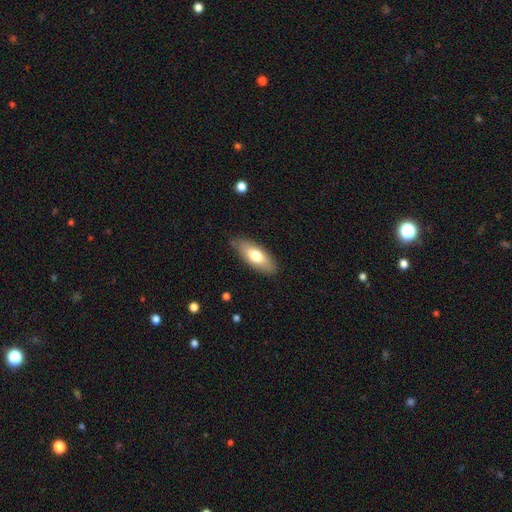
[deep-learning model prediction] Smooth or featured?
  - smooth: 70% *
  - featured or disk: 25%
  - star or artifact: 6%
How rounded?
  - in between: 77% *
  - cigar-shaped: 20%
  - round: 2%
Merging?
  - none: 85% *
  - minor disturbance: 12%
  - major disturbance: 2%
  - merger: 1%